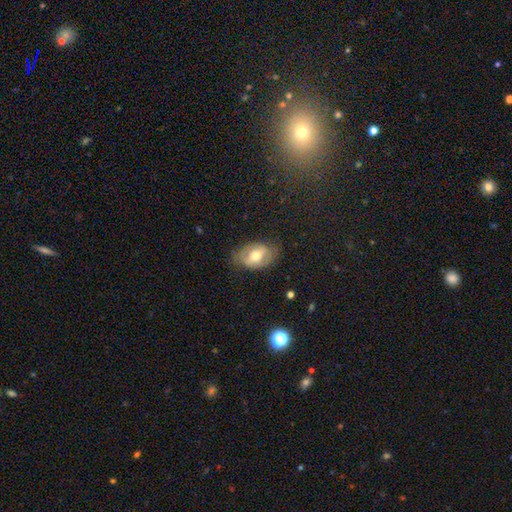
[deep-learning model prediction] Q: Smooth or featured?
A: featured or disk (48%); runner-up: smooth (45%)
Q: Merging?
A: none (72%); runner-up: minor disturbance (20%)